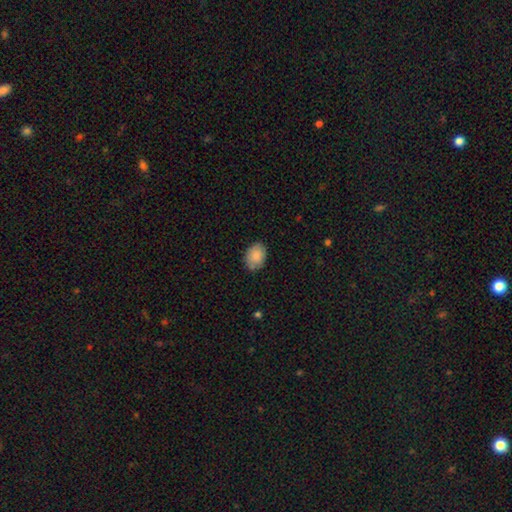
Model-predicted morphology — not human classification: smooth 86%, featured or disk 7%, star or artifact 7%. Down the decision tree: how rounded — in between (76%); merging — none (80%).